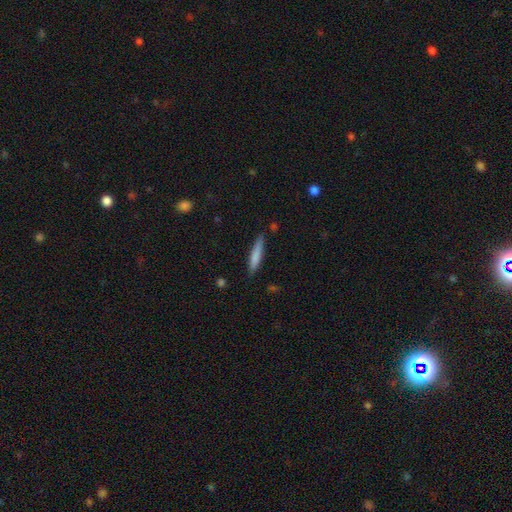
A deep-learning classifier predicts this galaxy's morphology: Overall: smooth (76%). How rounded: cigar-shaped (90%). Merging: none (83%).